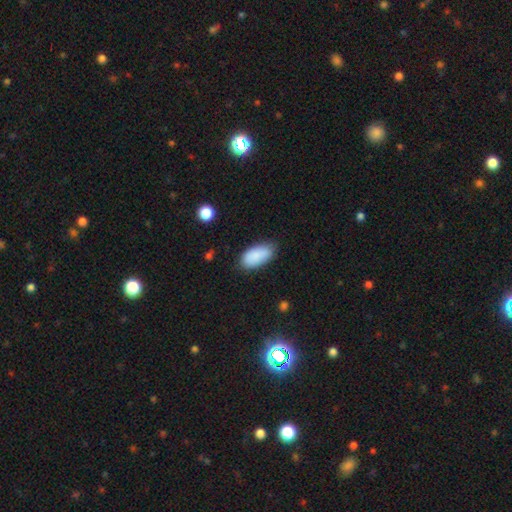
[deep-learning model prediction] Smooth or featured? Predicted: smooth (p=0.88). How rounded? Predicted: in between (p=0.93). Merging? Predicted: none (p=0.72).